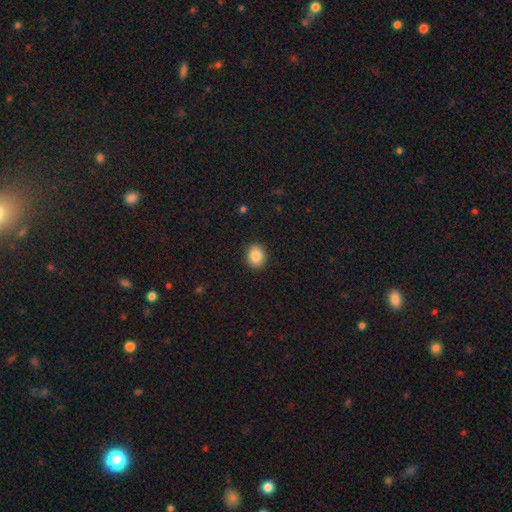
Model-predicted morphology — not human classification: The model was most divided on "how rounded": round: 68%, in between: 31%, cigar-shaped: 1%. More confident: merging — none (91%); smooth or featured — smooth (86%).